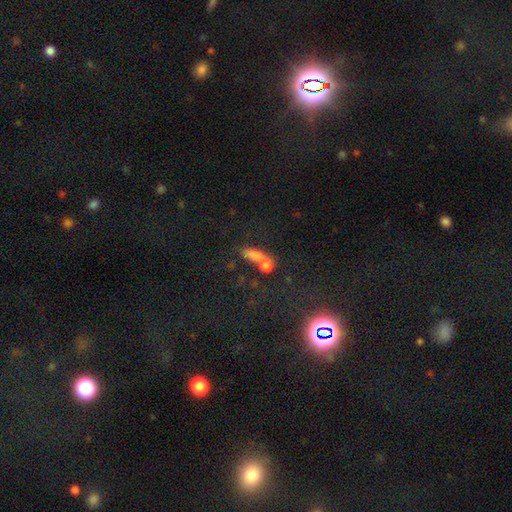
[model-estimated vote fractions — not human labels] Smooth or featured: smooth — 74% (star or artifact — 14%)
How rounded: in between — 57% (cigar-shaped — 26%)
Merging: merger — 45% (none — 35%)